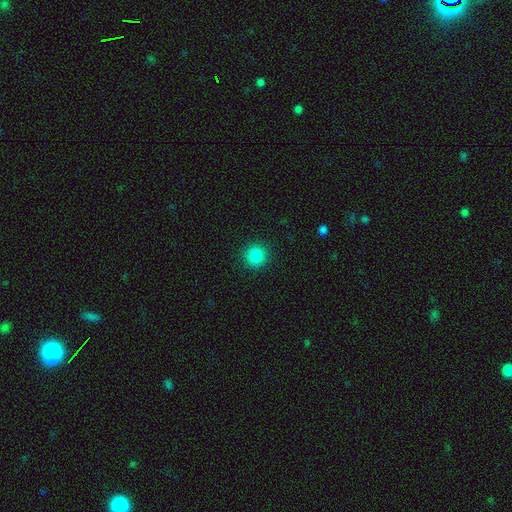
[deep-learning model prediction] This appears to be a smooth galaxy with no disk features (85%) that is round (94%). Merging: none (92%).